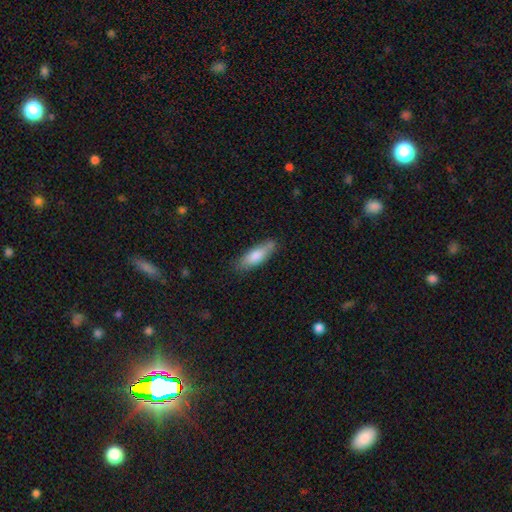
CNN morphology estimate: type=smooth (77%); roundness=in between (53%); merging=none (76%).